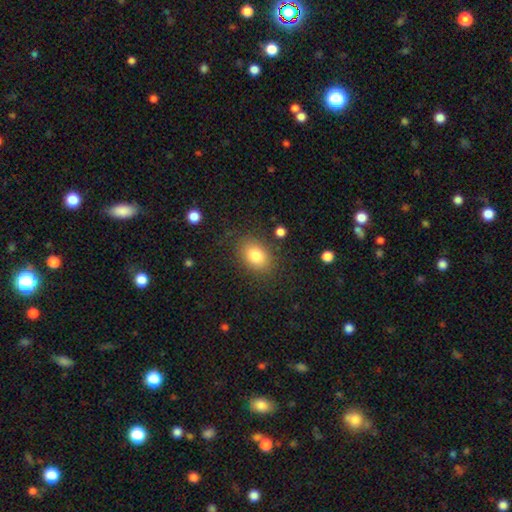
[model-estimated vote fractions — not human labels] Smooth or featured? smooth (83%)
How rounded? in between (76%)
Merging? none (81%)